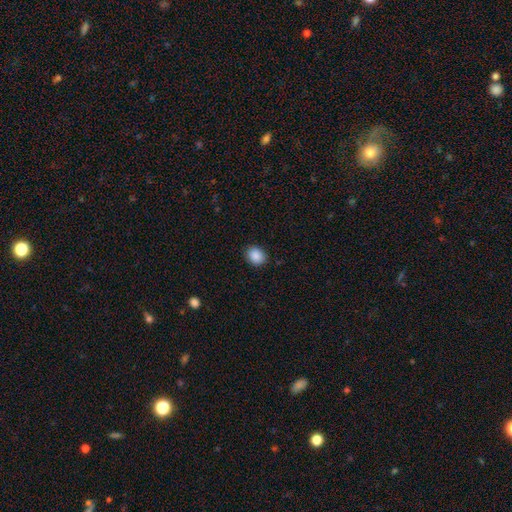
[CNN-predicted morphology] Smooth or featured?
  - smooth: 89% *
  - star or artifact: 8%
  - featured or disk: 3%
How rounded?
  - round: 56% *
  - in between: 43%
  - cigar-shaped: 1%
Merging?
  - none: 89% *
  - minor disturbance: 8%
  - major disturbance: 2%
  - merger: 1%